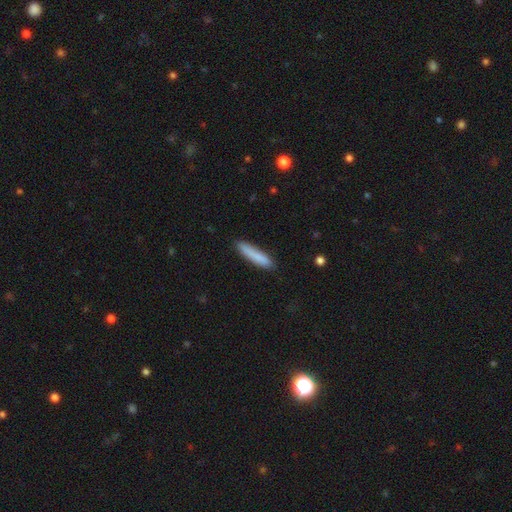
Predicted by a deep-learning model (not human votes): Smooth or featured? Predicted: smooth (p=0.84). How rounded? Predicted: cigar-shaped (p=0.89). Merging? Predicted: none (p=0.84).